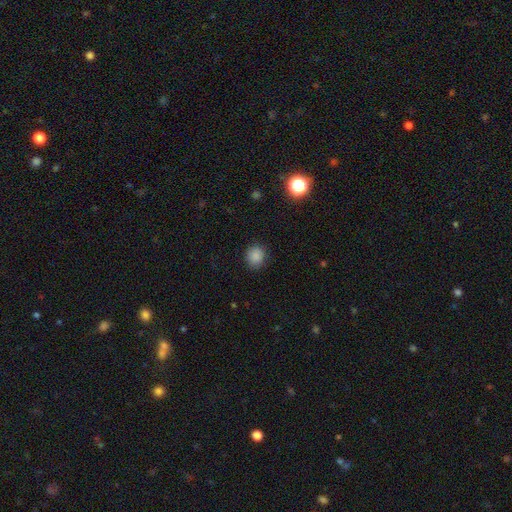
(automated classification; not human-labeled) A smooth galaxy with no disk features (85%) that is round (81%).

Vote fractions:
- Smooth or featured? smooth: 85% / star or artifact: 11% / featured or disk: 3%
- How rounded? round: 81% / in between: 18% / cigar-shaped: 1%
- Merging? none: 86% / minor disturbance: 10% / major disturbance: 3% / merger: 1%